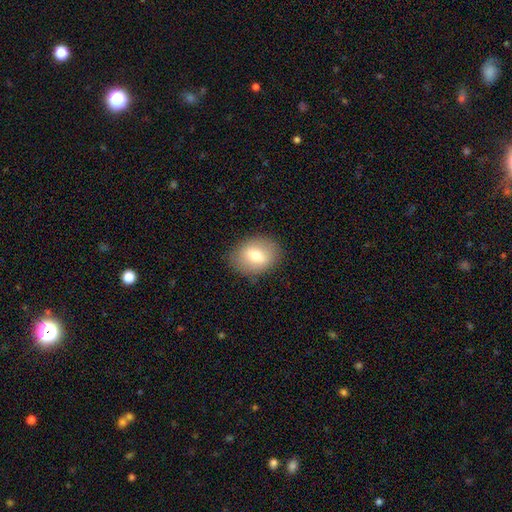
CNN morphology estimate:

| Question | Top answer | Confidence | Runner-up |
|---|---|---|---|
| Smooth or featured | smooth | 69% | featured or disk (23%) |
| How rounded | in between | 62% | round (37%) |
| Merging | none | 84% | minor disturbance (11%) |